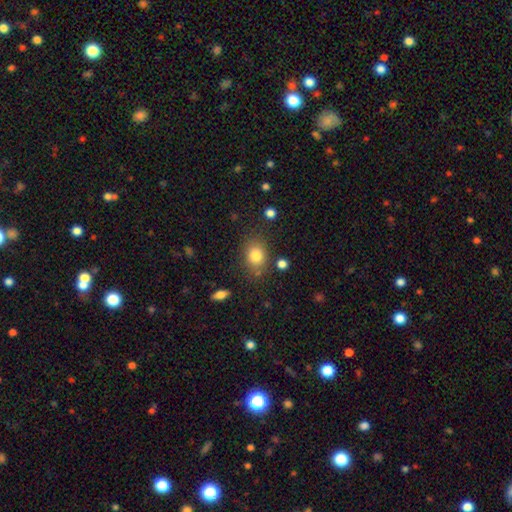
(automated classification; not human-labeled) Smooth or featured? Predicted: smooth (p=0.82). How rounded? Predicted: in between (p=0.54). Merging? Predicted: none (p=0.76).